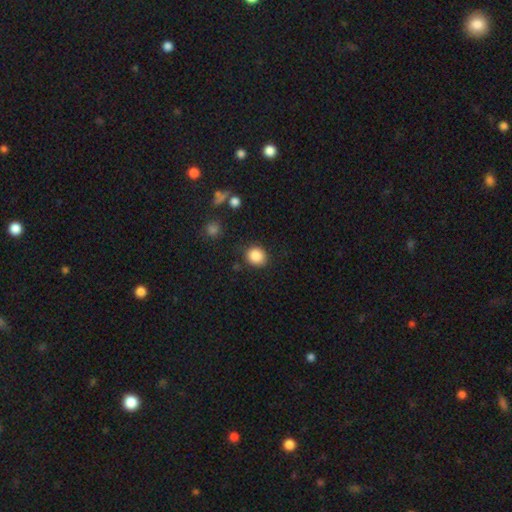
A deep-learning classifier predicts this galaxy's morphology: Smooth or featured? smooth (86%)
How rounded? round (75%)
Merging? none (84%)